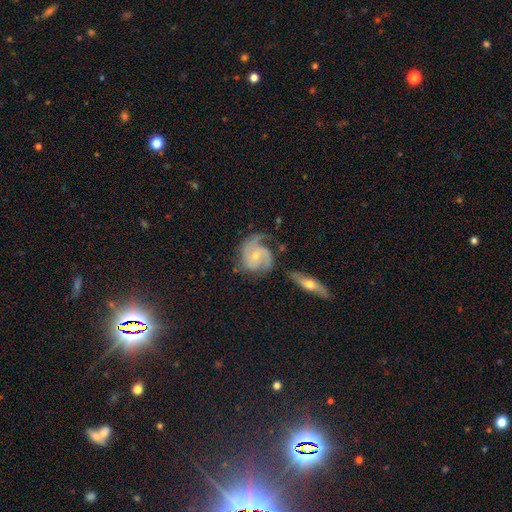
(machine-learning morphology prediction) The model was most divided on "spiral winding": medium: 43%, tight: 41%, loose: 17%. Remaining: edge-on disk — no (97%); spiral arms — yes (95%); smooth or featured — featured or disk (81%); bar — no (62%); bulge size — small (62%); merging — none (50%); spiral arm count — 2 (44%).